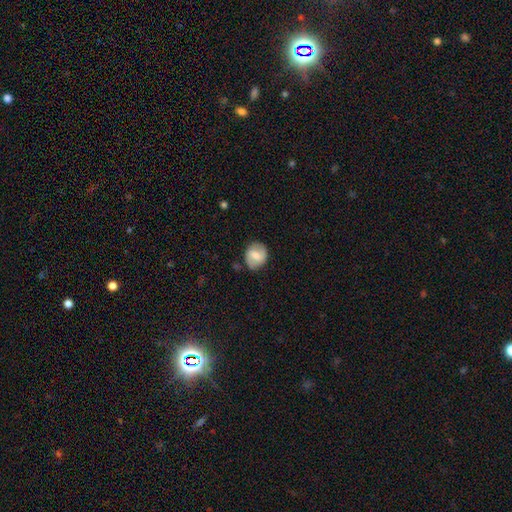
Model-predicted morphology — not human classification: This is possibly a featured or disk galaxy (48%). Merging: likely none (80%).